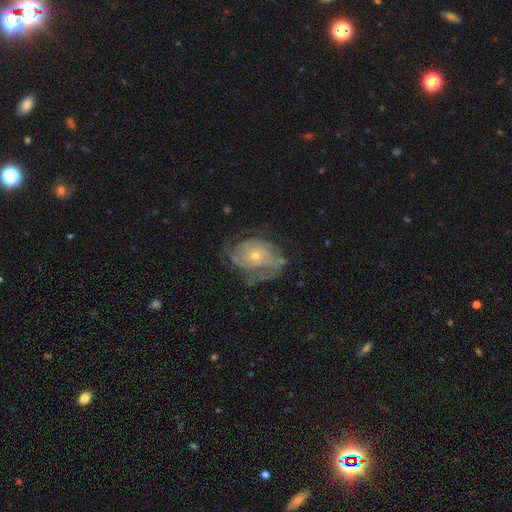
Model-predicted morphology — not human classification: Q: Smooth or featured?
A: featured or disk (83%); runner-up: smooth (11%)
Q: Edge-on disk?
A: no (97%); runner-up: yes (3%)
Q: Bar?
A: no (79%); runner-up: weak (17%)
Q: Spiral arms?
A: yes (92%); runner-up: no (8%)
Q: Spiral winding?
A: tight (56%); runner-up: medium (33%)
Q: Spiral arm count?
A: can't tell (32%); runner-up: 2 (24%)
Q: Bulge size?
A: small (66%); runner-up: moderate (30%)
Q: Merging?
A: none (62%); runner-up: minor disturbance (22%)